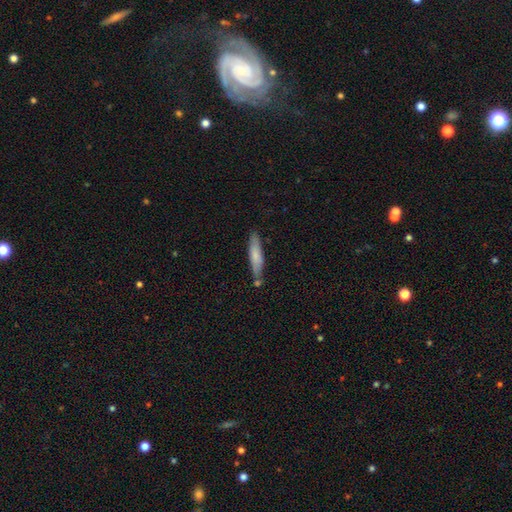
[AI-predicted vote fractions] Overall: smooth (71%). How rounded: cigar-shaped (83%). Merging: none (74%).